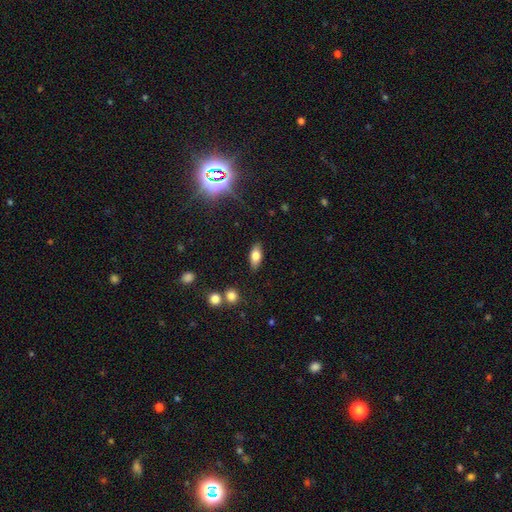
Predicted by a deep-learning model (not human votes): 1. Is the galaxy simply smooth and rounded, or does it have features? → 74% smooth, 16% featured or disk, 9% star or artifact.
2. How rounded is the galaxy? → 84% in between, 12% cigar-shaped, 4% round.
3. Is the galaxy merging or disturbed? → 85% none, 11% minor disturbance, 3% major disturbance, 2% merger.